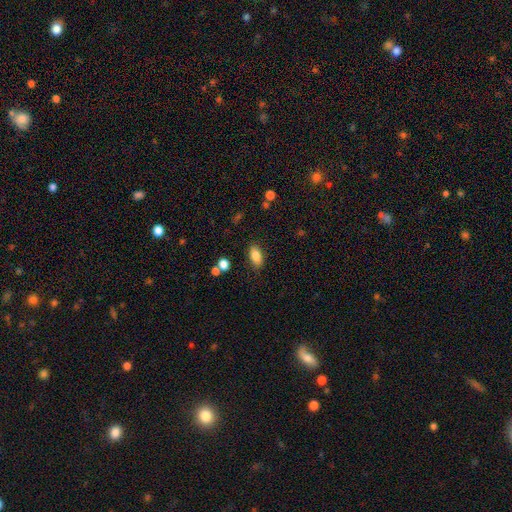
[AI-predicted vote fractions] smooth 83%, star or artifact 9%, featured or disk 8%. Down the decision tree: how rounded — in between (89%); merging — none (83%).